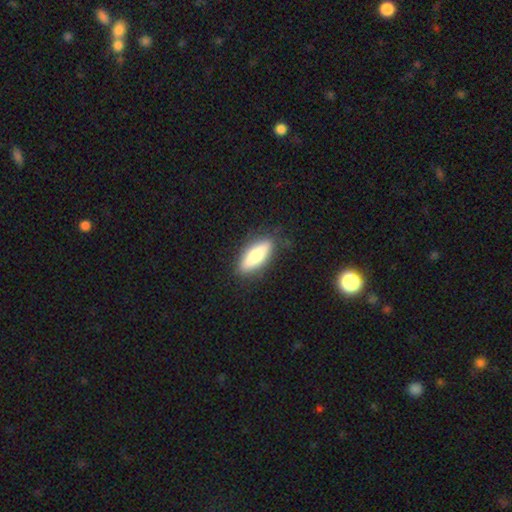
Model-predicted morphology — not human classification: This is likely a smooth galaxy (70%). How rounded: possibly in between (53%). Merging: clearly none (84%).